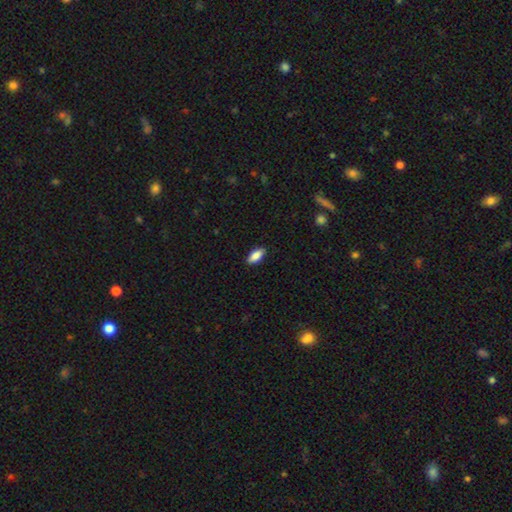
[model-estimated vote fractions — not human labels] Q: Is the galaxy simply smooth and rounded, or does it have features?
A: smooth — 87%.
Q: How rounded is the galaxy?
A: in between — 86%.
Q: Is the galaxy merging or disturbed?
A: none — 89%.